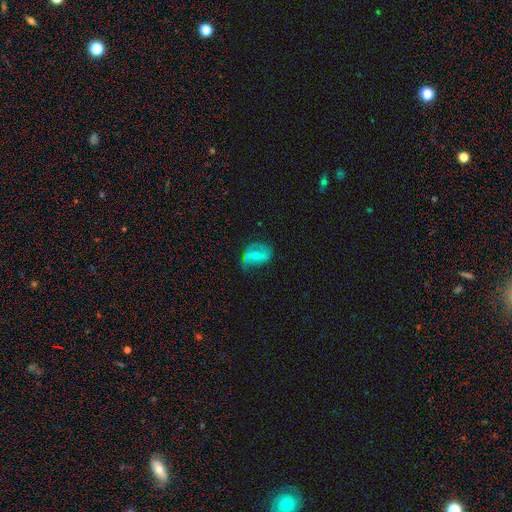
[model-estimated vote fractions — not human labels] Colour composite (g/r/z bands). It shows a featured or disk galaxy (59%) with a weak bar (41%), spiral arms (72%) and a small central bulge (54%). Merging: none (45%).